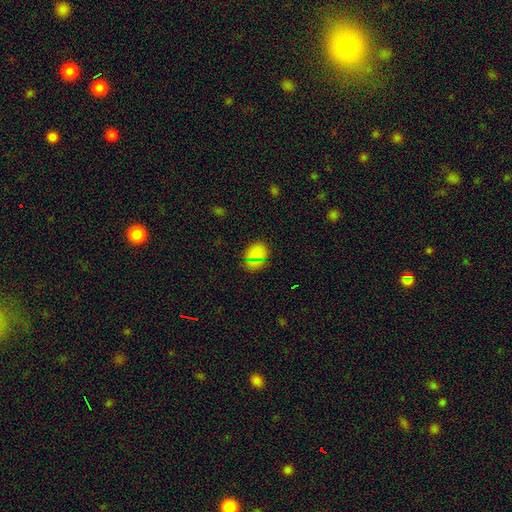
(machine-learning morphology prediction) A smooth galaxy with no disk features (74%) that is round (58%). Merging: none (87%).